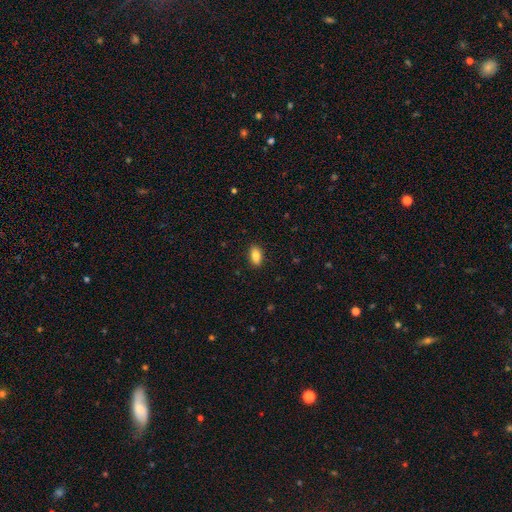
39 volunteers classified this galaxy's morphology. Smooth or featured?
  - smooth: 92% *
  - star or artifact: 5%
  - featured or disk: 3%
How rounded?
  - in between: 89% *
  - round: 8%
  - cigar-shaped: 3%
Merging?
  - none: 89% *
  - minor disturbance: 5%
  - major disturbance: 5%
  - merger: 0%